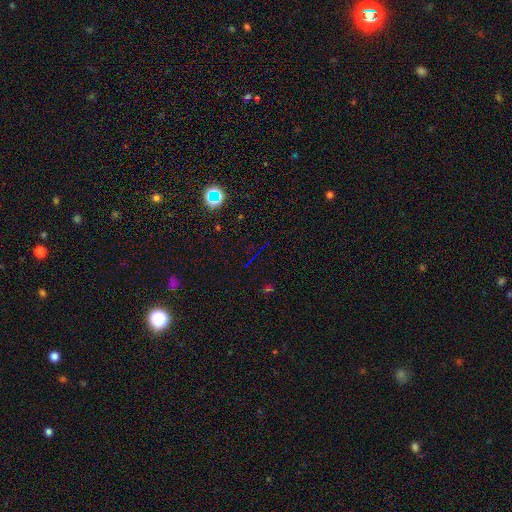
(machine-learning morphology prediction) smooth_or_featured: star or artifact (p=0.73) [alt: smooth p=0.17]